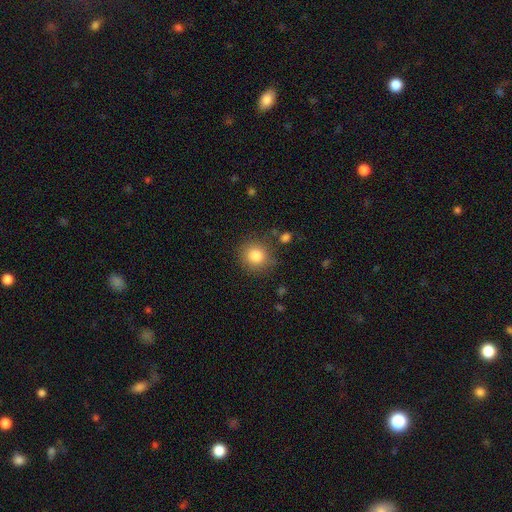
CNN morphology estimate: Overall: smooth (84%). How rounded: round (87%). Merging: none (81%).